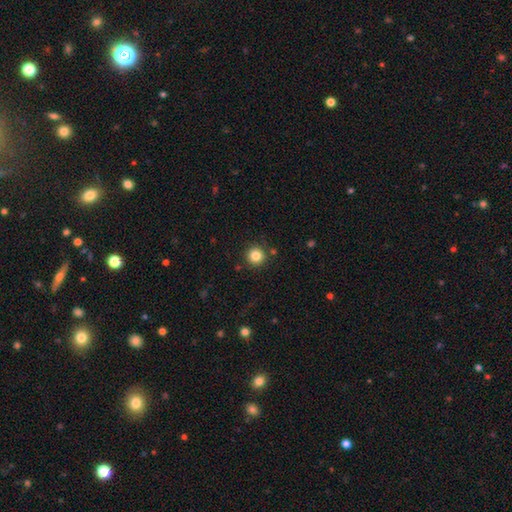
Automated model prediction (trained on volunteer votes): This appears to be a smooth galaxy with no disk features (84%) that is round (95%). Merging: none (89%).